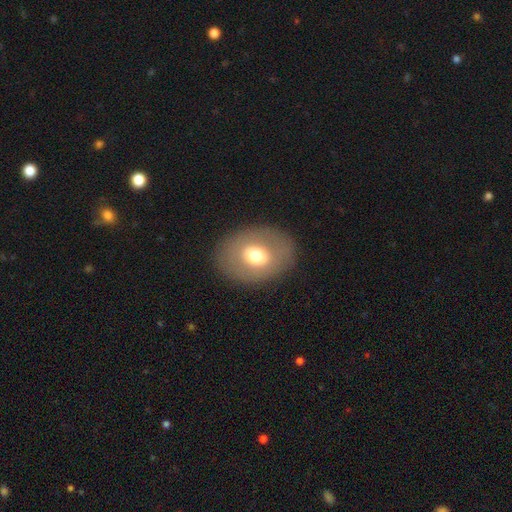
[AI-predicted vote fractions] Overall: smooth (62%; featured or disk 30%). How rounded: in between (66%; round 33%). Merging: none (85%).